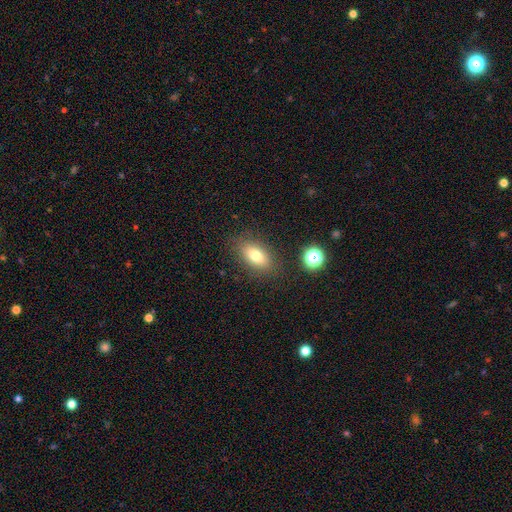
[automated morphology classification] The model was most divided on "smooth or featured": smooth: 76%, featured or disk: 13%, star or artifact: 11%. More confident: how rounded — in between (85%); merging — none (83%).